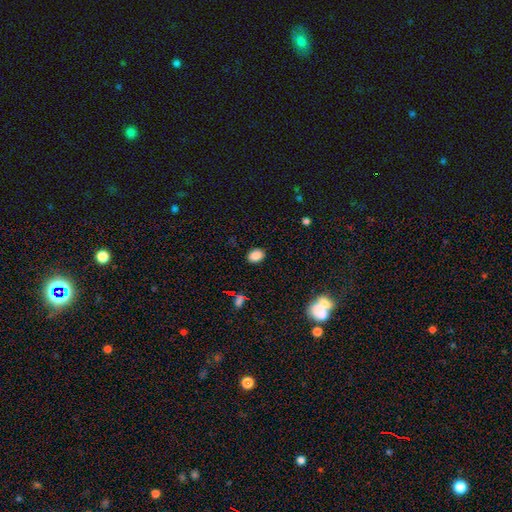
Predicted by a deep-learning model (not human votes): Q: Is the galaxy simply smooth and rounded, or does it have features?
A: smooth — 86%.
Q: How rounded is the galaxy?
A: in between — 71%.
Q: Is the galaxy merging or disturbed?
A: none — 88%.